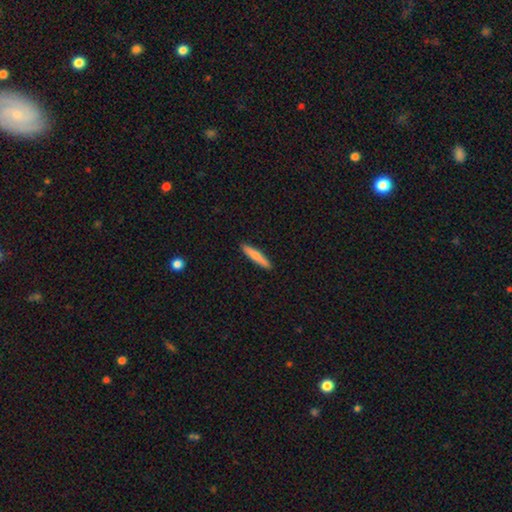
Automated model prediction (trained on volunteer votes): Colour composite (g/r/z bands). It shows a smooth galaxy with no disk features (76%) that is cigar-shaped (91%). Merging: none (91%).